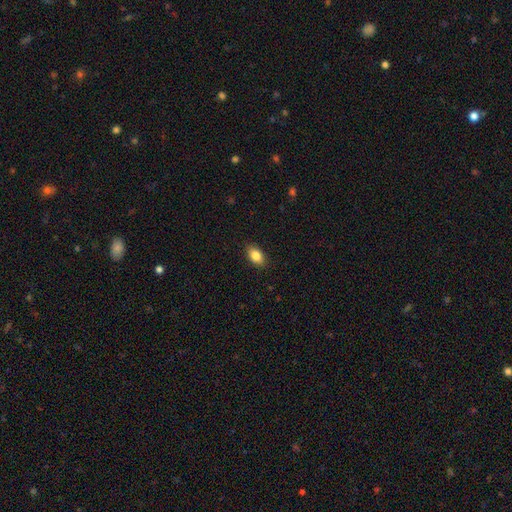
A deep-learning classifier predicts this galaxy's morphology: smooth-or-featured: smooth: 86% | star or artifact: 8% | featured or disk: 6%
  how-rounded: in between: 89% | round: 8% | cigar-shaped: 2%
  merging: none: 88% | minor disturbance: 9% | major disturbance: 2% | merger: 1%